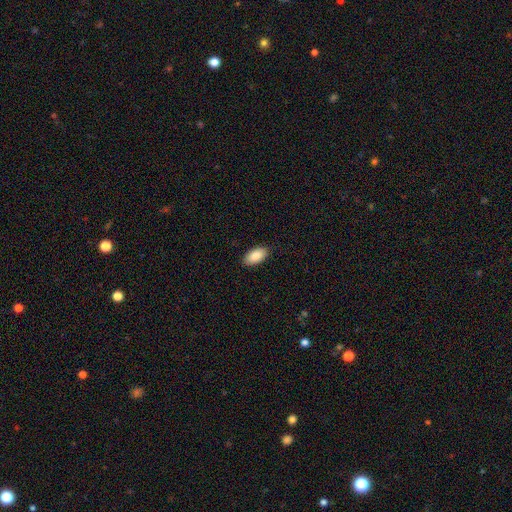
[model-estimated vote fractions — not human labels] This appears to be a smooth galaxy with no disk features (89%) that is in between round and cigar-shaped (94%). Merging: none (88%).